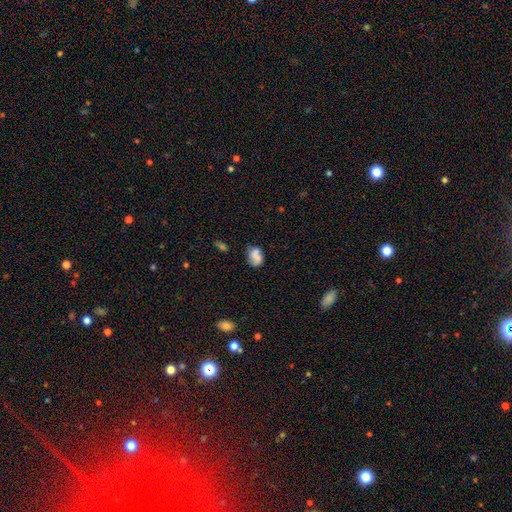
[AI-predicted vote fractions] Smooth or featured? smooth (68%)
How rounded? in between (74%)
Merging? none (46%)